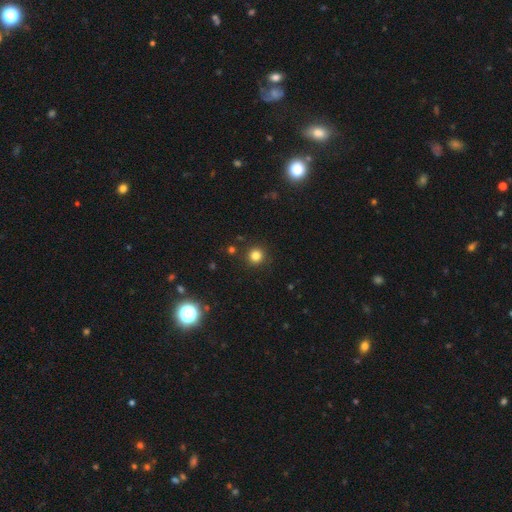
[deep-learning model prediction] Overall: smooth (81%). How rounded: round (95%). Merging: none (90%).